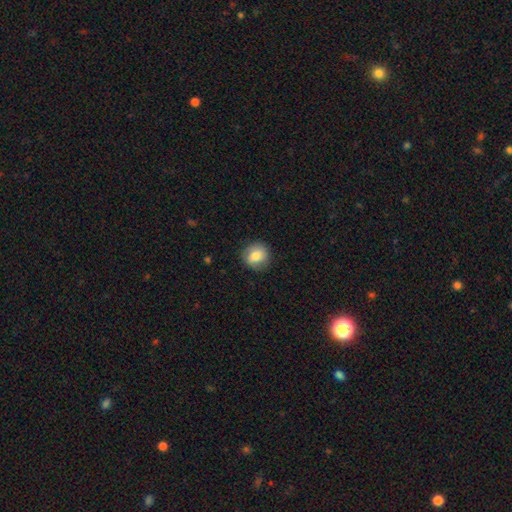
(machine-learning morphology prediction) Q: Smooth or featured?
A: smooth (79%); runner-up: featured or disk (13%)
Q: How rounded?
A: round (85%); runner-up: in between (14%)
Q: Merging?
A: none (85%); runner-up: minor disturbance (11%)